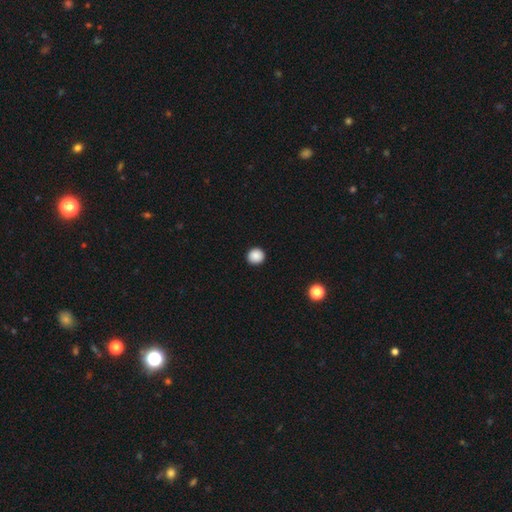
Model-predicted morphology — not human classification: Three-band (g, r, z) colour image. It shows a smooth galaxy with no disk features (88%) that is round (93%). Merging: none (93%).